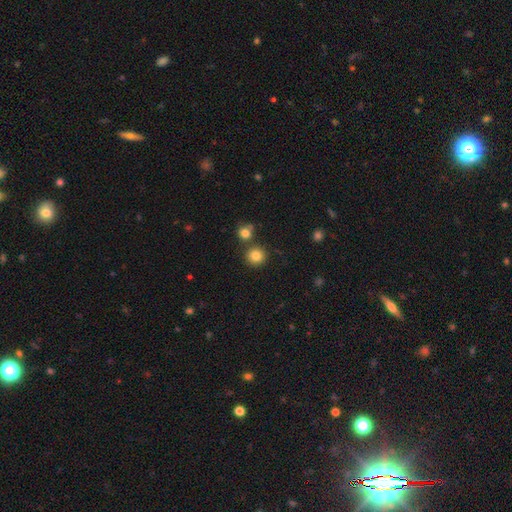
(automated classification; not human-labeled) This is clearly a smooth galaxy (83%). How rounded: clearly round (93%). Merging: clearly none (81%).